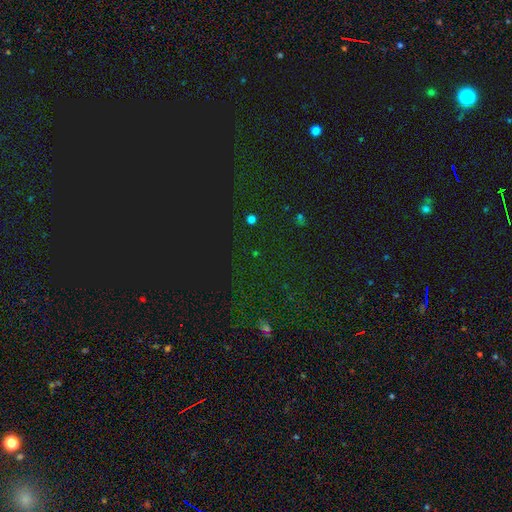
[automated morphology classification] This appears to be a star or artifact, not a galaxy (79%).